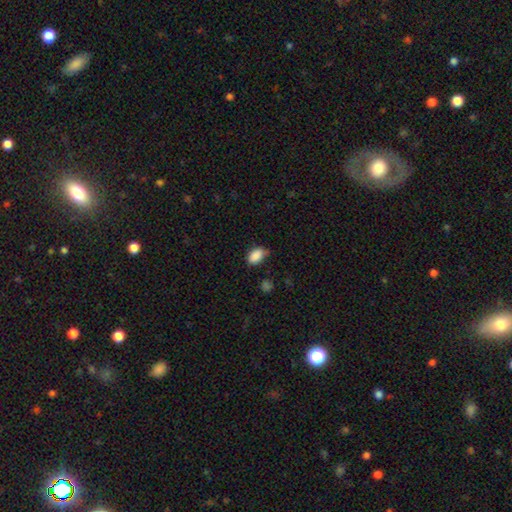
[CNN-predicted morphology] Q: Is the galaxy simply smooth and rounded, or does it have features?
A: smooth — 88%.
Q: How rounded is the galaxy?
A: in between — 85%.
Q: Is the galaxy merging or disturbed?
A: none — 63%.